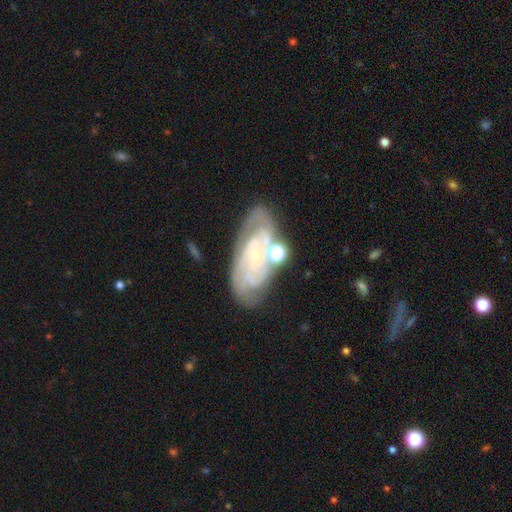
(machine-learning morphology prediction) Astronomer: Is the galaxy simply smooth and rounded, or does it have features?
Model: featured or disk — 78%.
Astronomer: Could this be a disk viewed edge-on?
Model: no — 94%.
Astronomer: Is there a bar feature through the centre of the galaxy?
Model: no — 68%.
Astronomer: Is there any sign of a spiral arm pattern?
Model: yes — 90%.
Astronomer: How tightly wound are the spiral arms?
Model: tight — 62%.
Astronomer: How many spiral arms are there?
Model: can't tell — 37% (runner-up: 2, 33%).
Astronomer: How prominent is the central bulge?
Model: small — 79%.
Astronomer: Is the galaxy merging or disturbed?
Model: none — 58%.